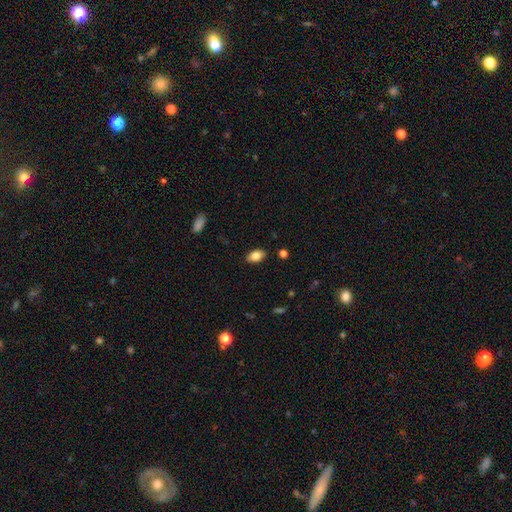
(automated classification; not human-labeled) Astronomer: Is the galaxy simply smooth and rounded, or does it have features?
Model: smooth — 82%.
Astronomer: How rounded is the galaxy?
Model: in between — 90%.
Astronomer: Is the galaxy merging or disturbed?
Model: none — 86%.